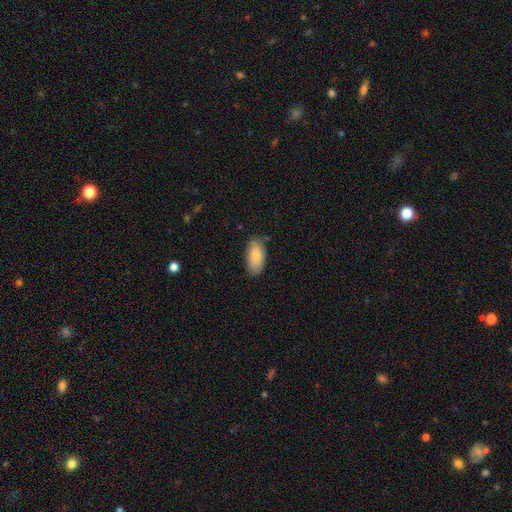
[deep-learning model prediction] smooth_or_featured: smooth (p=0.81) [alt: featured or disk p=0.13]
how_rounded: in between (p=0.92) [alt: cigar-shaped p=0.06]
merging: none (p=0.76) [alt: minor disturbance p=0.19]